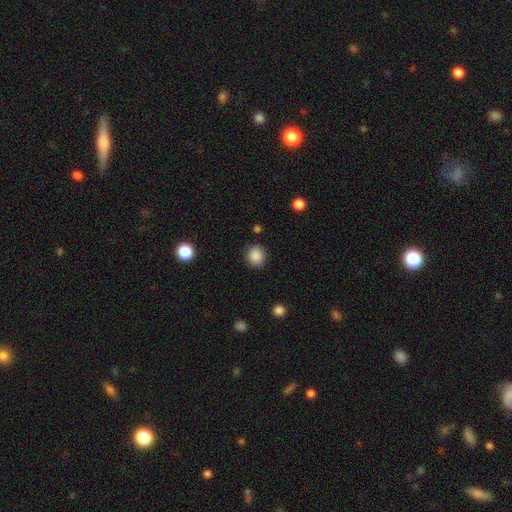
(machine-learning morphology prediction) A smooth galaxy with no disk features (87%) that is round (77%). Merging: none (87%).